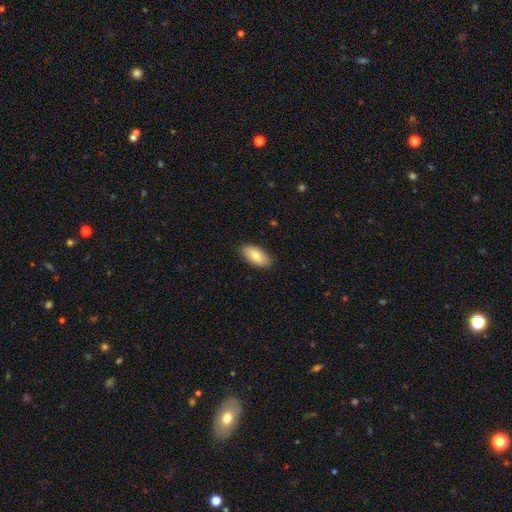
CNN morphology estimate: Smooth or featured? Predicted: smooth (p=0.78). How rounded? Predicted: in between (p=0.92). Merging? Predicted: none (p=0.86).